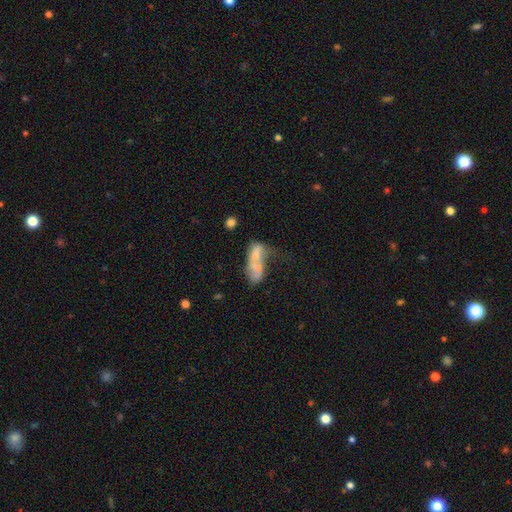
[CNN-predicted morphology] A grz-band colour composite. It shows a smooth galaxy with no disk features (47%). Merging: merger (44%).